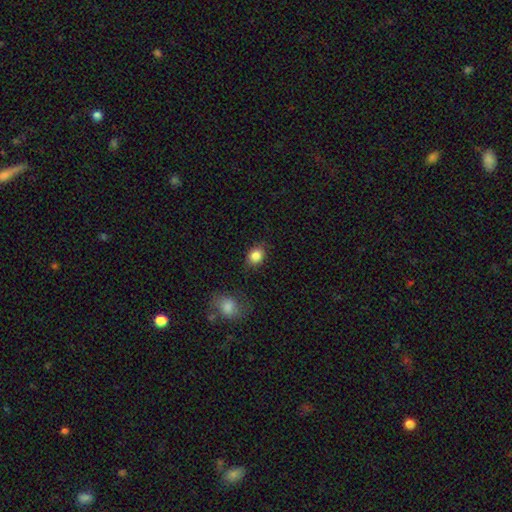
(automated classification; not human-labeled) Smooth or featured? Predicted: smooth (p=0.85). How rounded? Predicted: in between (p=0.52). Merging? Predicted: none (p=0.79).